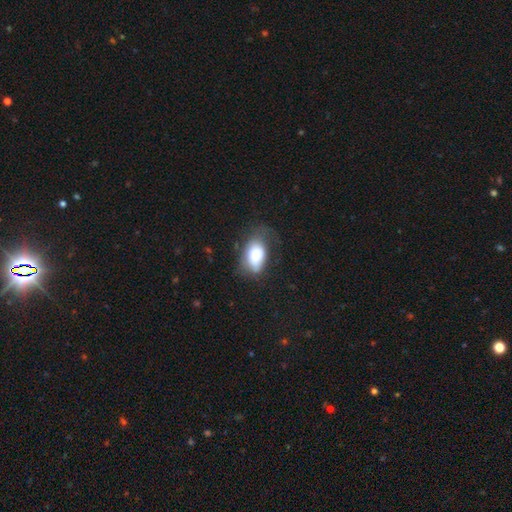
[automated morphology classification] Overall: smooth (75%). How rounded: in between (89%). Merging: none (43%; minor disturbance 32%).